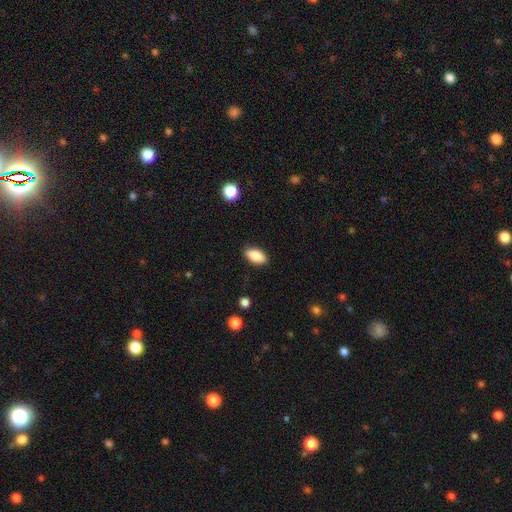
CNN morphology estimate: Smooth or featured? Predicted: smooth (p=0.85). How rounded? Predicted: in between (p=0.89). Merging? Predicted: none (p=0.86).